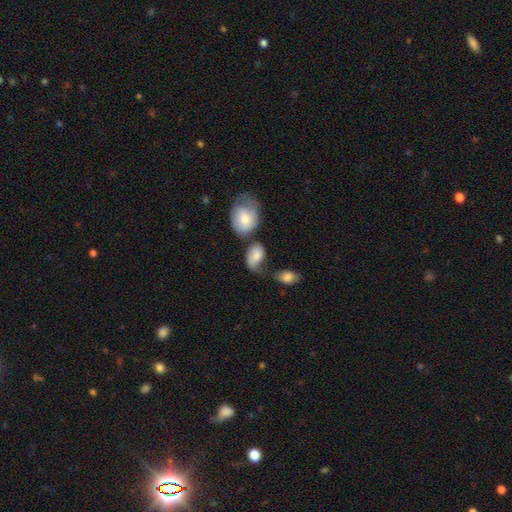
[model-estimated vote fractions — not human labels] smooth 74%, featured or disk 18%, star or artifact 8%. Down the decision tree: how rounded — in between (83%); merging — minor disturbance (27%, tied with none).